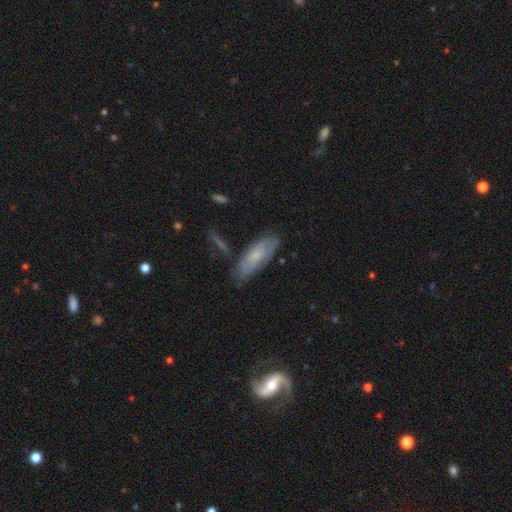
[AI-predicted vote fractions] This is possibly a smooth galaxy (51%). How rounded: likely in between (70%). Merging: likely none (69%).